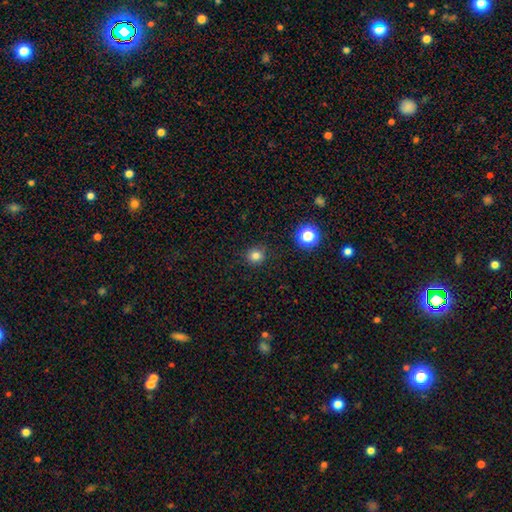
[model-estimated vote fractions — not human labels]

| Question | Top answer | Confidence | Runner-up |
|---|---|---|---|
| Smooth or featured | smooth | 80% | star or artifact (15%) |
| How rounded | round | 90% | in between (9%) |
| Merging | none | 88% | minor disturbance (8%) |